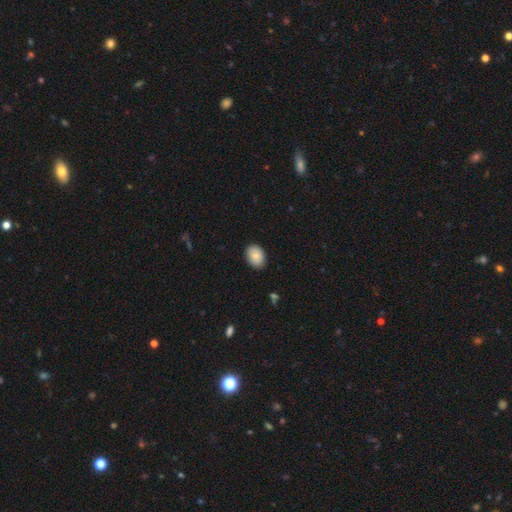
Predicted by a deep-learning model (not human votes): The model was most divided on "how rounded": in between: 75%, round: 24%, cigar-shaped: 1%. More confident: merging — none (88%); smooth or featured — smooth (83%).